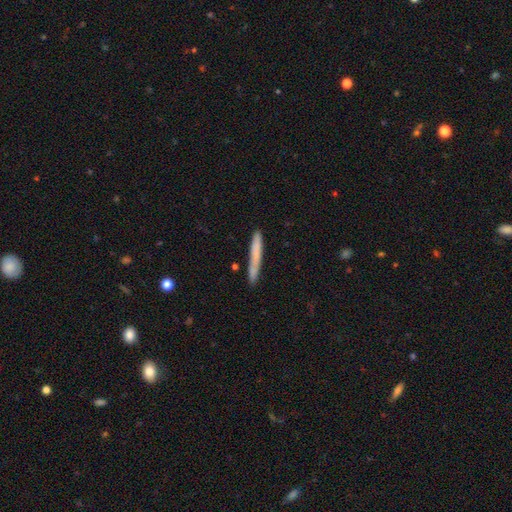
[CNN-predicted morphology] This is likely a smooth galaxy (71%). How rounded: clearly cigar-shaped (96%). Merging: clearly none (82%).